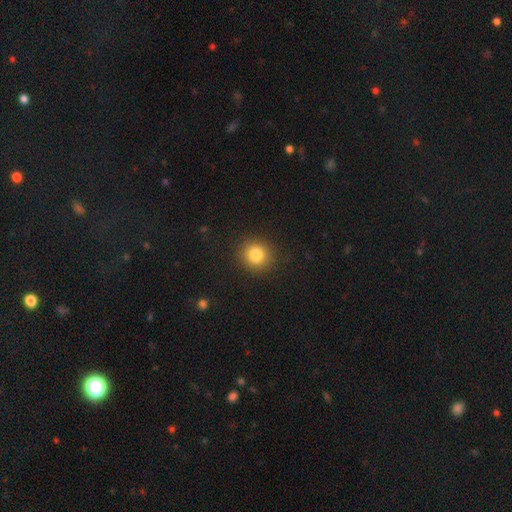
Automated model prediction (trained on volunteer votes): smooth_or_featured: smooth (p=0.83) [alt: star or artifact p=0.11]
how_rounded: round (p=0.89) [alt: in between p=0.10]
merging: none (p=0.90) [alt: minor disturbance p=0.06]